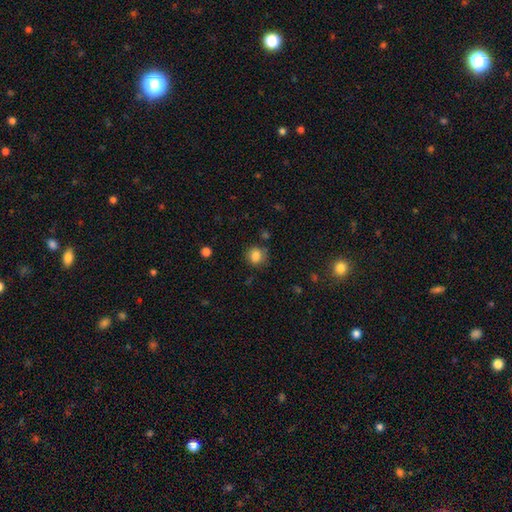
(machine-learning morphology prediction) A smooth galaxy with no disk features (84%) that is round (82%). Merging: none (78%).